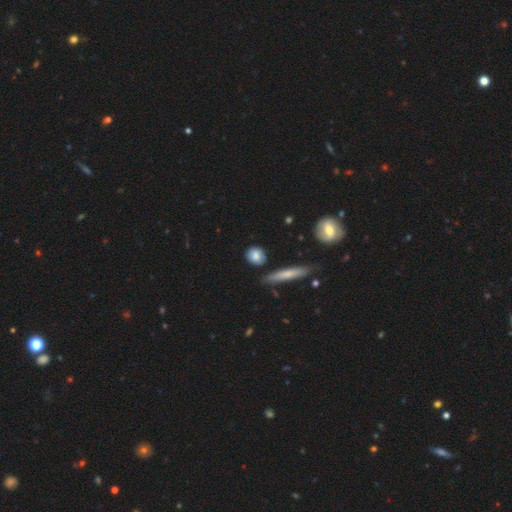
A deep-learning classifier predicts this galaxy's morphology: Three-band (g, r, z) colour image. It shows a smooth galaxy with no disk features (78%) that is round (66%). Merging: none (75%).